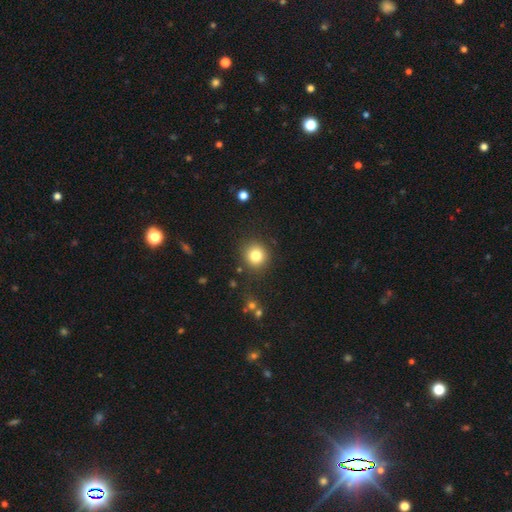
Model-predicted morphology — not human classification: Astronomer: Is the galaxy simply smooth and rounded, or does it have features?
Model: smooth — 81%.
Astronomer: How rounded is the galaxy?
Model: round — 91%.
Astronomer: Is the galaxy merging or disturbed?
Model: none — 87%.